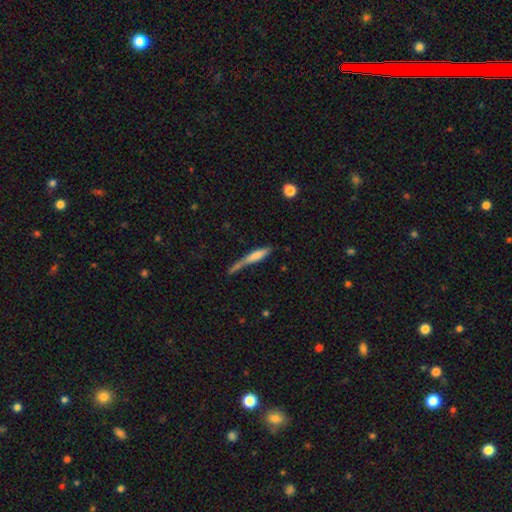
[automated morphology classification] A smooth galaxy with no disk features (67%) that is cigar-shaped (86%). Merging: none (38%).